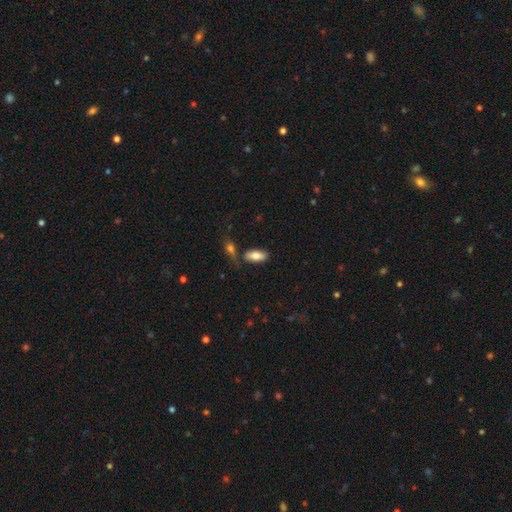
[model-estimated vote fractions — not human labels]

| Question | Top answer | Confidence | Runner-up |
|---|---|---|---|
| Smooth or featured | smooth | 79% | featured or disk (15%) |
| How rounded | in between | 87% | cigar-shaped (11%) |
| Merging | none | 68% | merger (14%) |